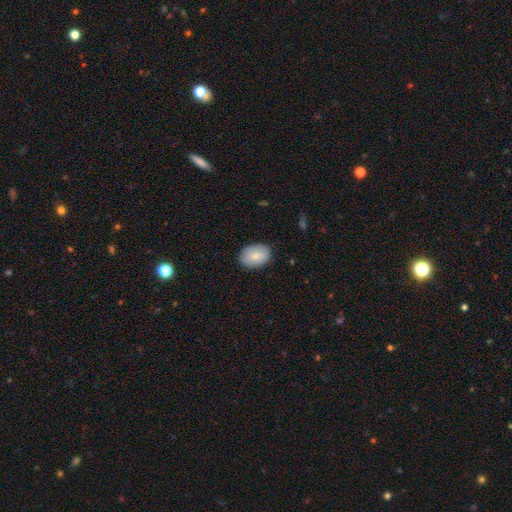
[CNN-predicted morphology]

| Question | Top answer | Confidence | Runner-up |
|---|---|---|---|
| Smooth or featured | smooth | 82% | featured or disk (11%) |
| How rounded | in between | 80% | round (19%) |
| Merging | none | 85% | minor disturbance (11%) |